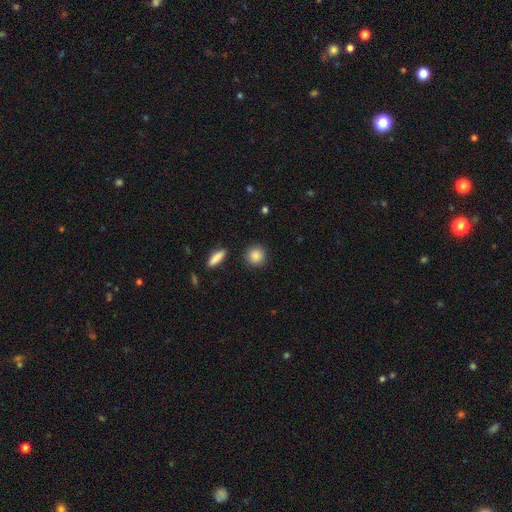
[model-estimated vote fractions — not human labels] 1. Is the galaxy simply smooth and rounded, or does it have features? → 87% smooth, 8% star or artifact, 5% featured or disk.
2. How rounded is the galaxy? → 89% round, 9% in between, 2% cigar-shaped.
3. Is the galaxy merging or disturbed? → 89% none, 7% minor disturbance, 2% major disturbance, 2% merger.